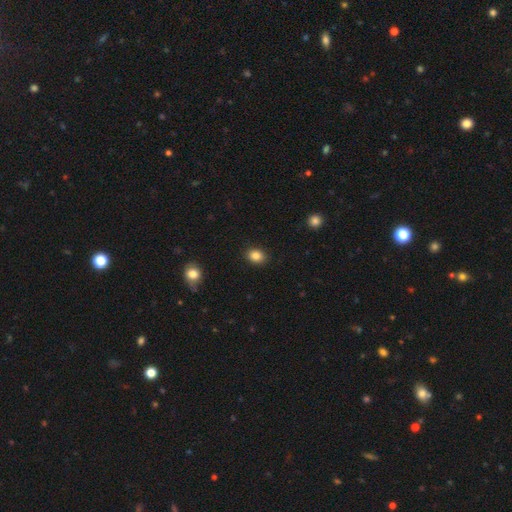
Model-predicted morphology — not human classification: The model was most divided on "how rounded": in between: 54%, round: 45%, cigar-shaped: 1%. More confident: merging — none (90%); smooth or featured — smooth (85%).